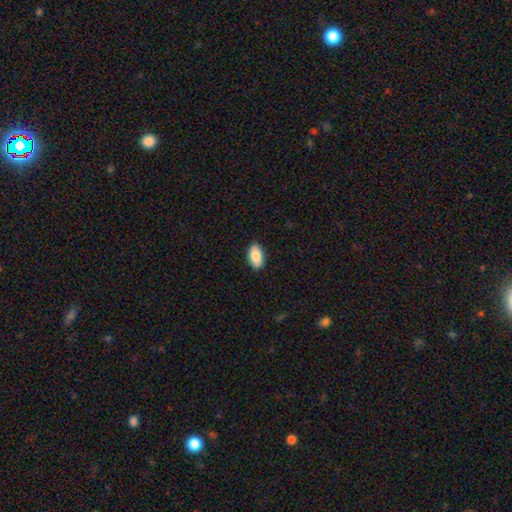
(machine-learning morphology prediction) smooth 84%, featured or disk 10%, star or artifact 6%. Down the decision tree: how rounded — in between (93%); merging — none (88%).